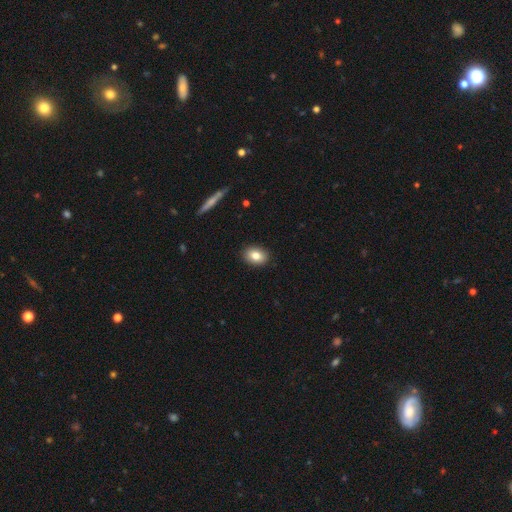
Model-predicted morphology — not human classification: type=smooth (82%); roundness=in between (74%); merging=none (90%).